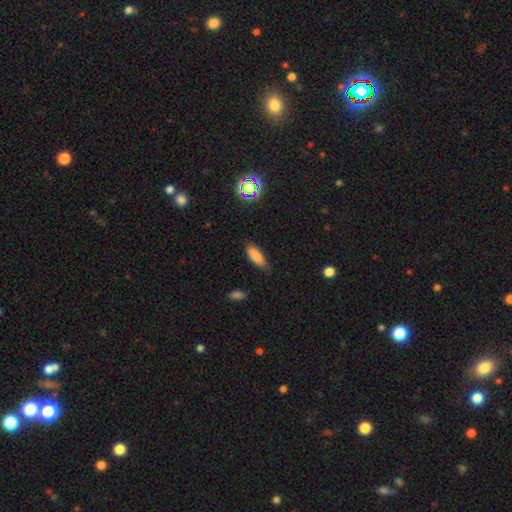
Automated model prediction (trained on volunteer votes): A smooth galaxy with no disk features (84%) that is in between round and cigar-shaped (66%). Merging: none (82%).